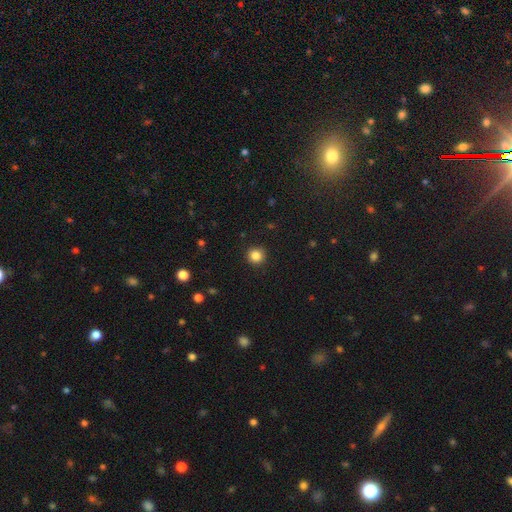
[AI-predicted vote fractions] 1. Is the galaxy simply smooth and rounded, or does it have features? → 85% smooth, 11% star or artifact, 4% featured or disk.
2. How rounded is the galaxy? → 94% round, 5% in between, 1% cigar-shaped.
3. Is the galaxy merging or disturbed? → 92% none, 5% minor disturbance, 2% major disturbance, 1% merger.